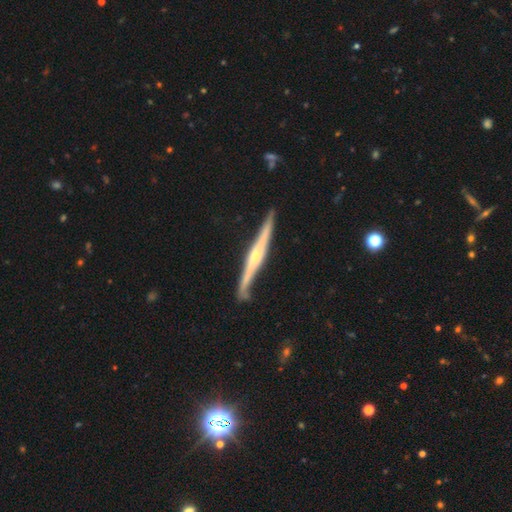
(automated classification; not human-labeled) This appears to be a featured or disk galaxy (80%) viewed edge-on (96%) with a rounded central bulge (80%). Merging: none (79%).